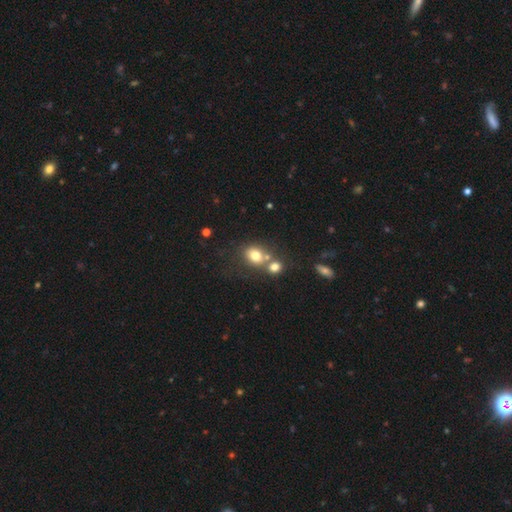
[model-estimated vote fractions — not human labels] The model was most divided on "merging": none: 46%, merger: 39%, minor disturbance: 10%, major disturbance: 5%. More confident: smooth or featured — smooth (75%); how rounded — round (61%).